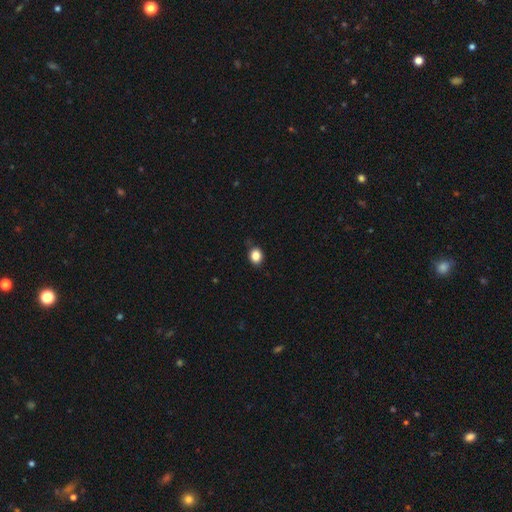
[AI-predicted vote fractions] Q: Smooth or featured?
A: smooth (85%); runner-up: star or artifact (10%)
Q: How rounded?
A: round (56%); runner-up: in between (43%)
Q: Merging?
A: none (80%); runner-up: minor disturbance (16%)